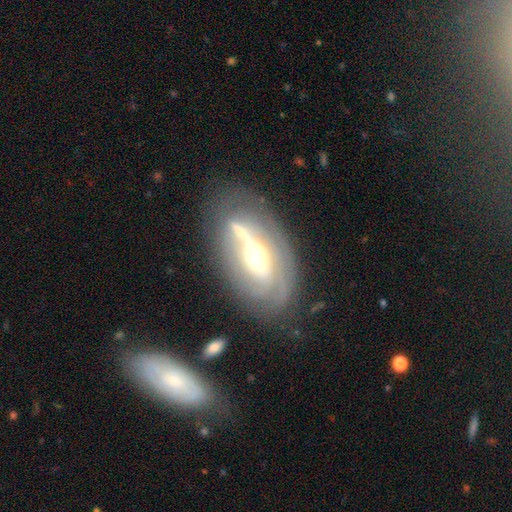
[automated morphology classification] A featured or disk galaxy (73%) with no bar (36%, tied with strong), spiral arms (61%) and a moderate central bulge (63%). Merging: none (59%).